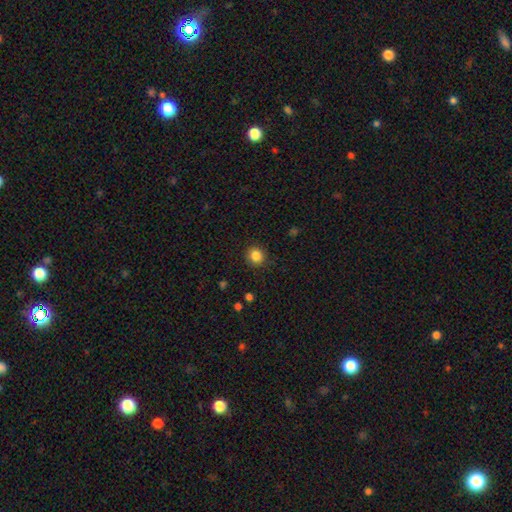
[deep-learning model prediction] smooth-or-featured: smooth: 85% | star or artifact: 11% | featured or disk: 5%
  how-rounded: round: 91% | in between: 8% | cigar-shaped: 1%
  merging: none: 90% | minor disturbance: 7% | major disturbance: 2% | merger: 1%